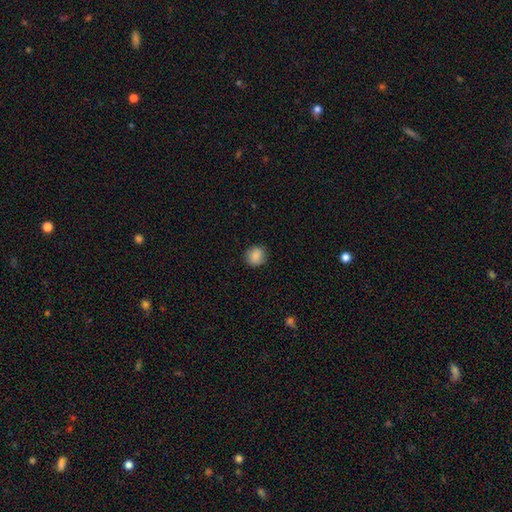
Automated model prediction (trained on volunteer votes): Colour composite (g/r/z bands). It shows a smooth galaxy with no disk features (87%) that is round (82%). Merging: none (83%).